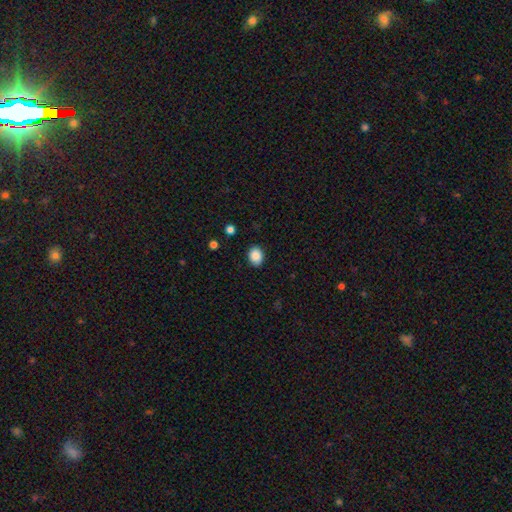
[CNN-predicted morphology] Smooth or featured? Predicted: smooth (p=0.89). How rounded? Predicted: in between (p=0.60). Merging? Predicted: none (p=0.88).